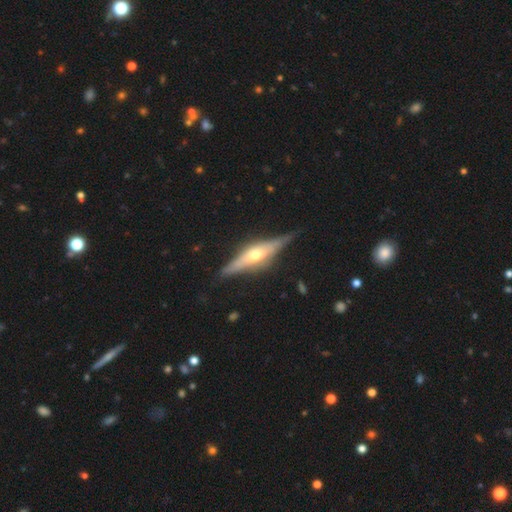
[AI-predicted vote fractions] The model was most divided on "smooth or featured": featured or disk: 78%, smooth: 16%, star or artifact: 6%. More confident: edge-on disk — yes (94%); edge-on bulge — rounded (83%); merging — none (81%).